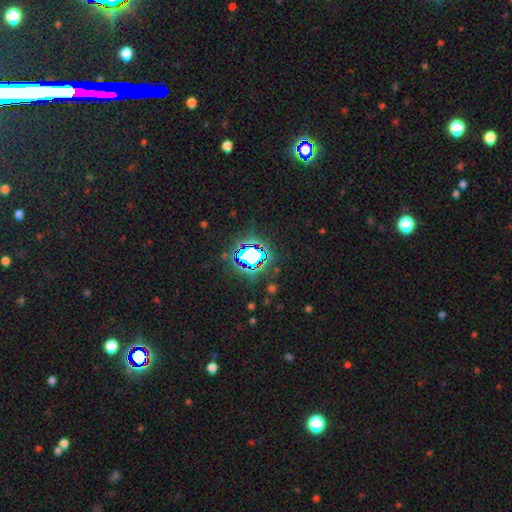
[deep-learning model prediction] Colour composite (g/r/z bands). It shows a star or artifact, not a galaxy (82%).